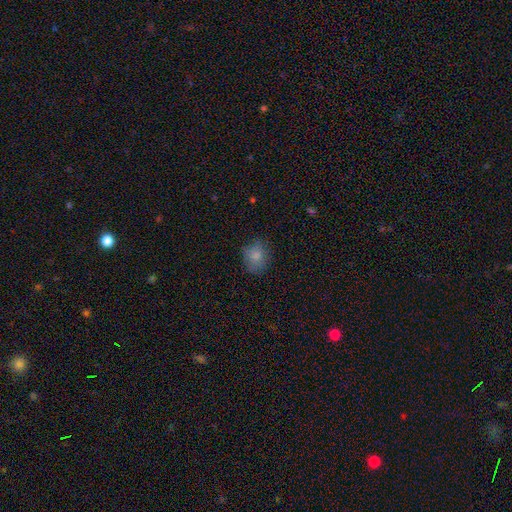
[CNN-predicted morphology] smooth_or_featured: smooth (p=0.82) [alt: star or artifact p=0.09]
how_rounded: round (p=0.67) [alt: in between p=0.32]
merging: none (p=0.76) [alt: minor disturbance p=0.18]